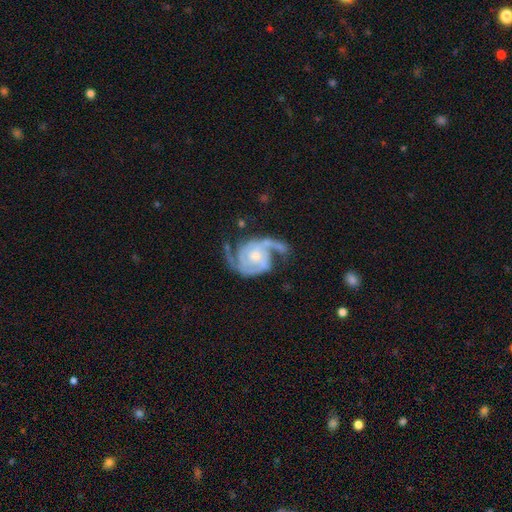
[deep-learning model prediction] A featured or disk galaxy (92%) with no bar (64%), 2 (81%) medium (46%) spiral arms (98%) and a moderate central bulge (50%).

Vote fractions:
- Smooth or featured? featured or disk: 92% / smooth: 4% / star or artifact: 4%
- Edge-on disk? no: 98% / yes: 2%
- Bar? no: 64% / weak: 28% / strong: 8%
- Spiral arms? yes: 98% / no: 2%
- Spiral winding? medium: 46% / tight: 41% / loose: 14%
- Spiral arm count? 2: 81% / 3: 9% / can't tell: 4% / 1: 2% / 4: 2% / more than 4: 2%
- Bulge size? moderate: 50% / small: 38% / large: 6% / none: 5% / dominant: 1%
- Merging? none: 58% / minor disturbance: 22% / major disturbance: 15% / merger: 5%